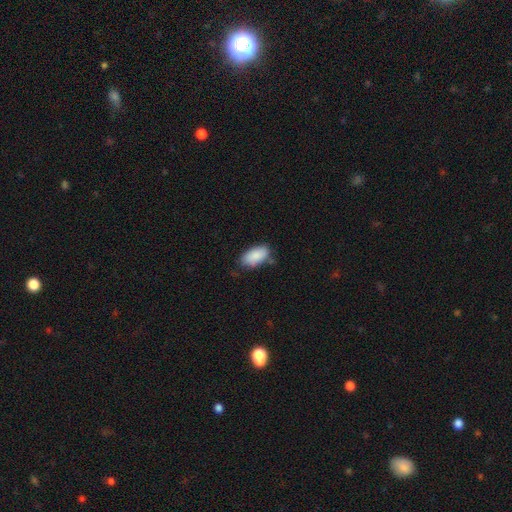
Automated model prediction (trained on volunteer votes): Smooth or featured? smooth (88%)
How rounded? in between (94%)
Merging? none (70%)